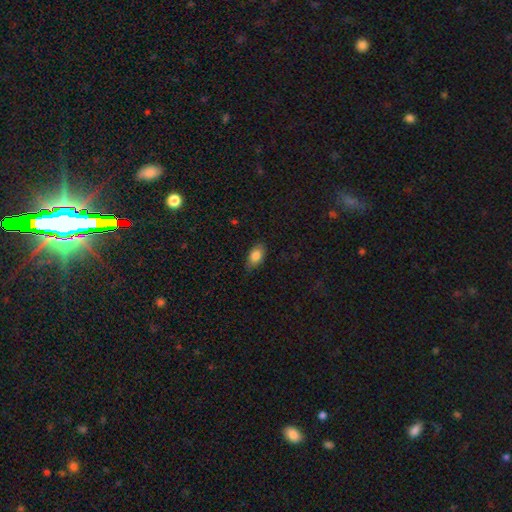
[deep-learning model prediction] This appears to be a smooth galaxy with no disk features (84%) that is in between round and cigar-shaped (90%). Merging: none (78%).